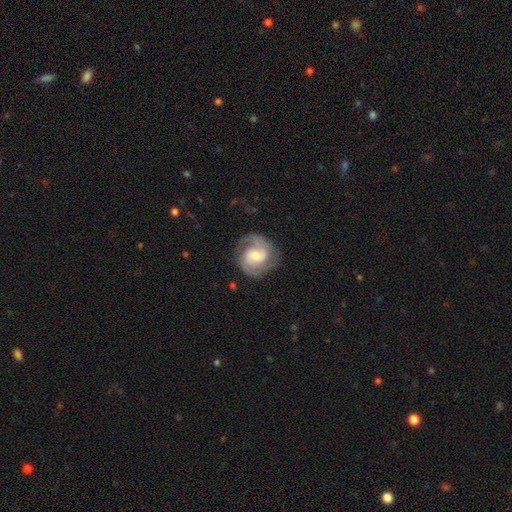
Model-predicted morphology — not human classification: The model was most divided on "bar": no: 47%, weak: 43%, strong: 10%. Remaining: edge-on disk — no (98%); spiral arms — yes (96%); spiral arm count — 2 (85%); smooth or featured — featured or disk (81%); merging — none (76%); spiral winding — medium (50%); bulge size — moderate (45%).